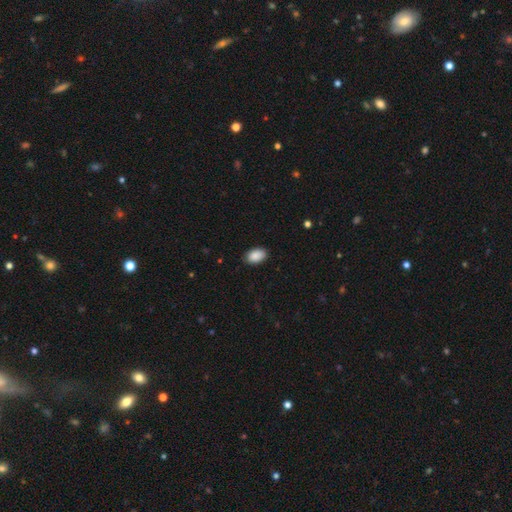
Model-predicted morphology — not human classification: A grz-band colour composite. It shows a smooth galaxy with no disk features (90%) that is in between round and cigar-shaped (91%). Merging: none (87%).